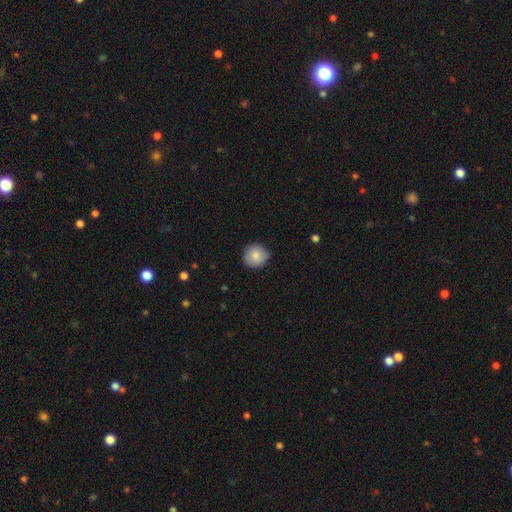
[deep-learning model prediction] Q: Smooth or featured?
A: smooth (84%); runner-up: featured or disk (8%)
Q: How rounded?
A: round (90%); runner-up: in between (9%)
Q: Merging?
A: none (84%); runner-up: minor disturbance (13%)